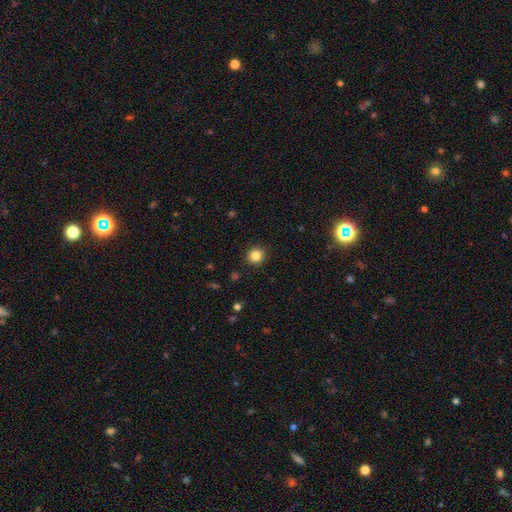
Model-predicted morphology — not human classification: This is clearly a smooth galaxy (84%). How rounded: clearly round (89%). Merging: clearly none (91%).